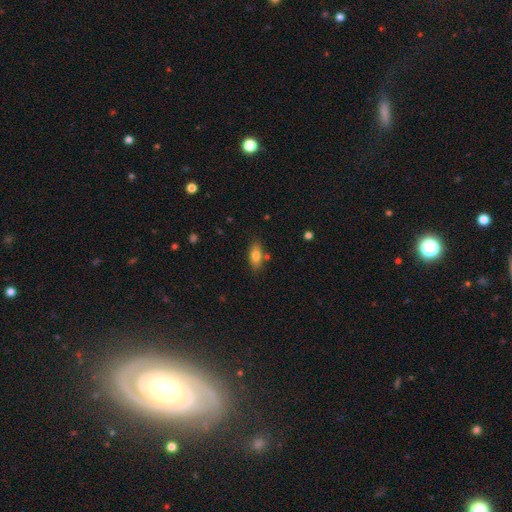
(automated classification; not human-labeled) Smooth or featured? Predicted: smooth (p=0.78). How rounded? Predicted: in between (p=0.81). Merging? Predicted: none (p=0.78).